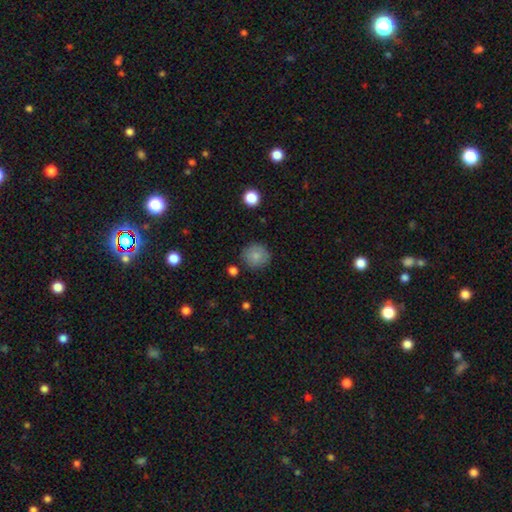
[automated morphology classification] type=smooth (84%); roundness=round (91%); merging=none (84%).